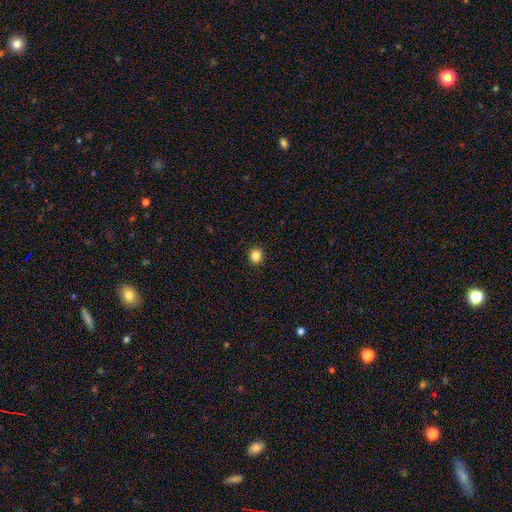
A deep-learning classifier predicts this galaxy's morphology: A smooth galaxy with no disk features (85%) that is round (89%).

Vote fractions:
- Smooth or featured? smooth: 85% / star or artifact: 11% / featured or disk: 4%
- How rounded? round: 89% / in between: 10% / cigar-shaped: 1%
- Merging? none: 91% / minor disturbance: 6% / major disturbance: 2% / merger: 1%